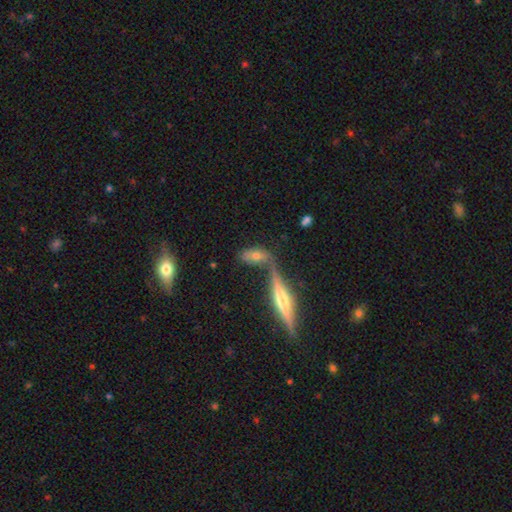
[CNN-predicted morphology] A smooth galaxy with no disk features (53%) that is in between round and cigar-shaped (67%).

Vote fractions:
- Smooth or featured? smooth: 53% / featured or disk: 37% / star or artifact: 11%
- How rounded? in between: 67% / cigar-shaped: 27% / round: 6%
- Merging? none: 42% / merger: 36% / minor disturbance: 14% / major disturbance: 8%